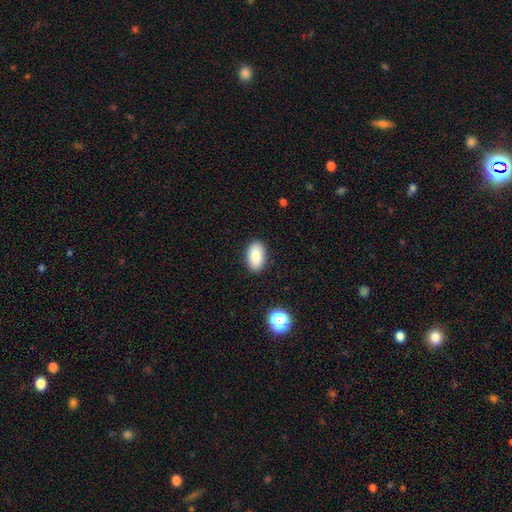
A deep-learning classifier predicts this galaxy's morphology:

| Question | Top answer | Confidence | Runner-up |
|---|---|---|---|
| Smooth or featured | smooth | 86% | star or artifact (8%) |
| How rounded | in between | 93% | round (5%) |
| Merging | none | 89% | minor disturbance (8%) |